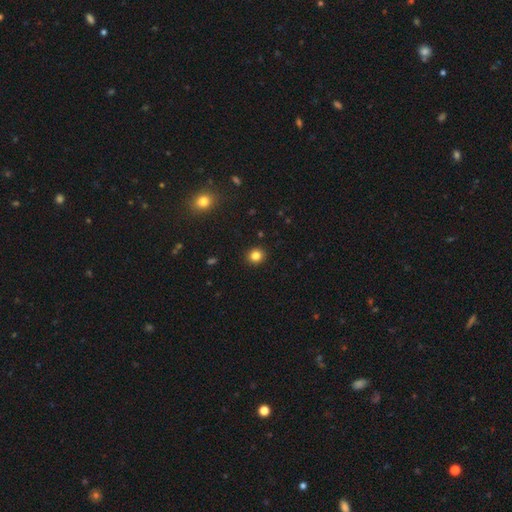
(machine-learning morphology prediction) Smooth or featured? Predicted: smooth (p=0.83). How rounded? Predicted: round (p=0.86). Merging? Predicted: none (p=0.92).